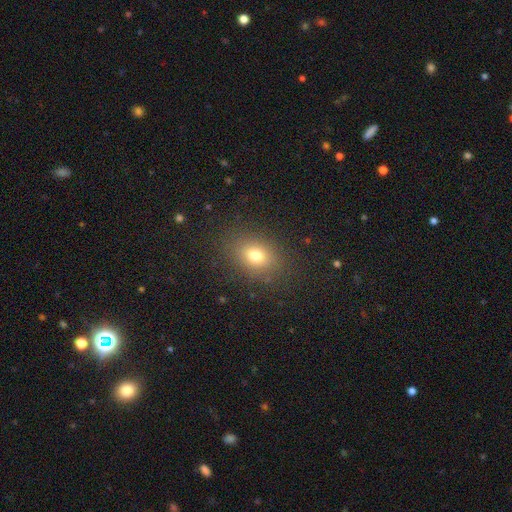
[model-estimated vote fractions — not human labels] A smooth galaxy with no disk features (75%) that is in between round and cigar-shaped (65%).

Vote fractions:
- Smooth or featured? smooth: 75% / star or artifact: 14% / featured or disk: 11%
- How rounded? in between: 65% / round: 34% / cigar-shaped: 2%
- Merging? none: 85% / minor disturbance: 10% / major disturbance: 4% / merger: 1%